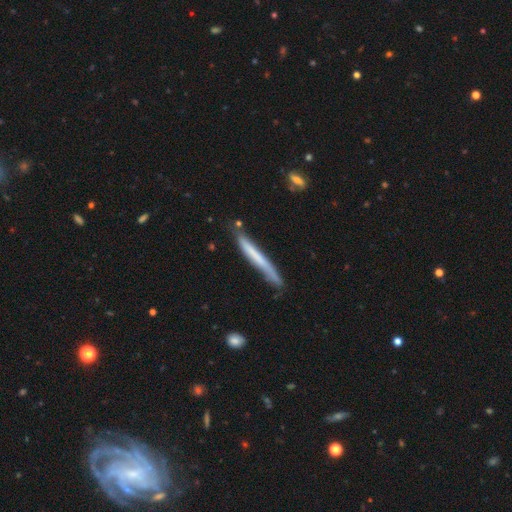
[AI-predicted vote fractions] Smooth or featured: smooth — 55% (featured or disk — 39%)
How rounded: cigar-shaped — 97% (in between — 2%)
Merging: none — 72% (minor disturbance — 21%)